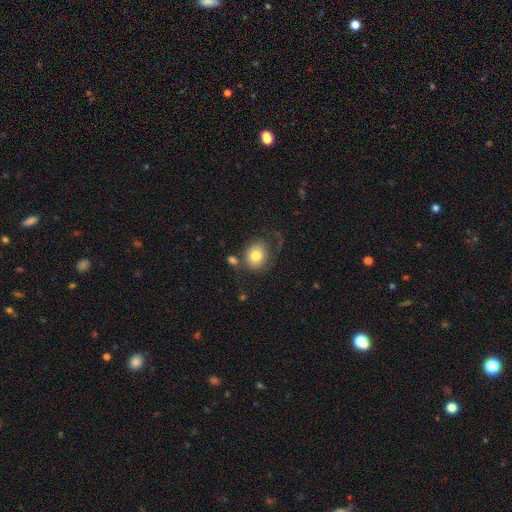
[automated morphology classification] Smooth or featured: smooth — 75% (featured or disk — 17%)
How rounded: round — 72% (in between — 27%)
Merging: none — 54% (minor disturbance — 18%)